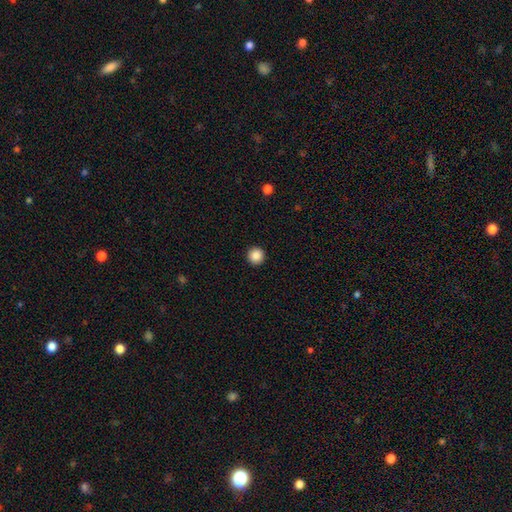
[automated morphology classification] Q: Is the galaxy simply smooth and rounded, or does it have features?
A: smooth — 88%.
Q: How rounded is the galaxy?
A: round — 96%.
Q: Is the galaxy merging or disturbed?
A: none — 94%.